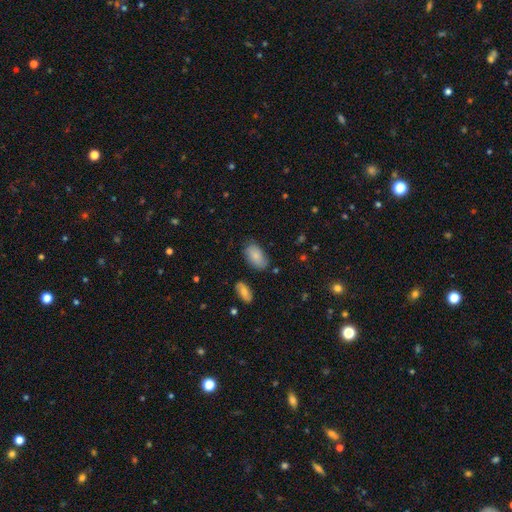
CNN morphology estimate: Overall: smooth (82%). How rounded: in between (94%). Merging: none (74%).